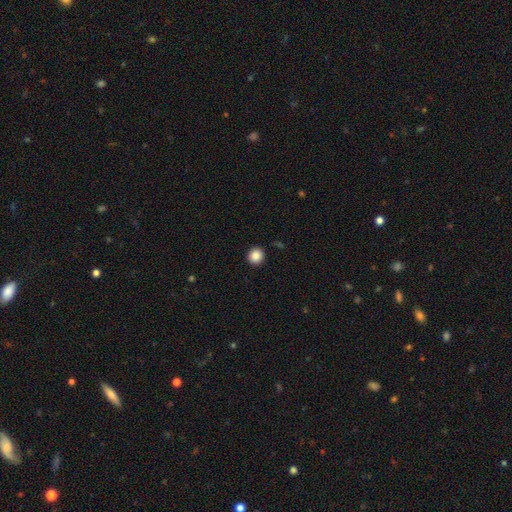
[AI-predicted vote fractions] Smooth or featured? Predicted: smooth (p=0.87). How rounded? Predicted: round (p=0.93). Merging? Predicted: none (p=0.92).